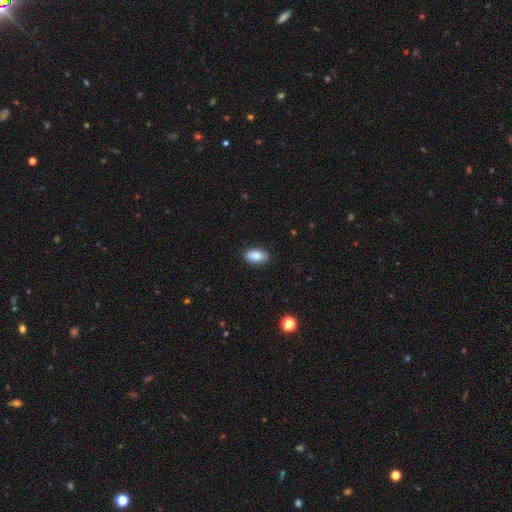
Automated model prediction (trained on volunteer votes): The model was most divided on "merging": none: 88%, minor disturbance: 9%, major disturbance: 2%, merger: 1%. More confident: how rounded — in between (92%); smooth or featured — smooth (88%).